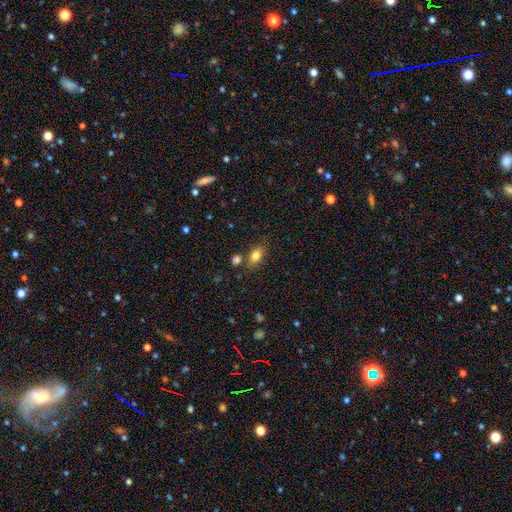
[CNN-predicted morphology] type=smooth (80%); roundness=in between (82%); merging=none (74%).